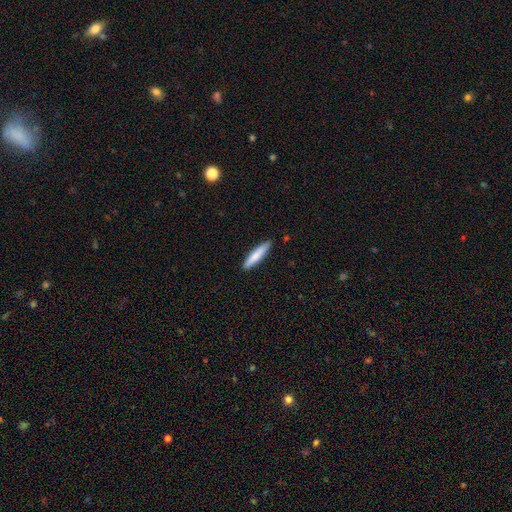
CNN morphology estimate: smooth-or-featured: smooth: 75% | featured or disk: 20% | star or artifact: 5%
  how-rounded: cigar-shaped: 87% | in between: 12% | round: 1%
  merging: none: 89% | minor disturbance: 8% | major disturbance: 1% | merger: 1%